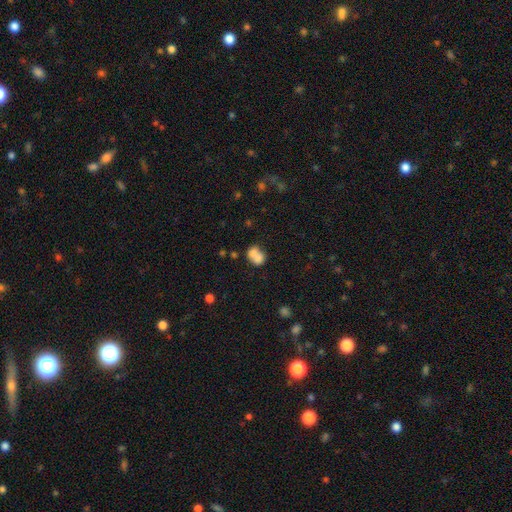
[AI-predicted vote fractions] This appears to be a smooth galaxy with no disk features (72%) that is round (53%). Merging: merger (65%).